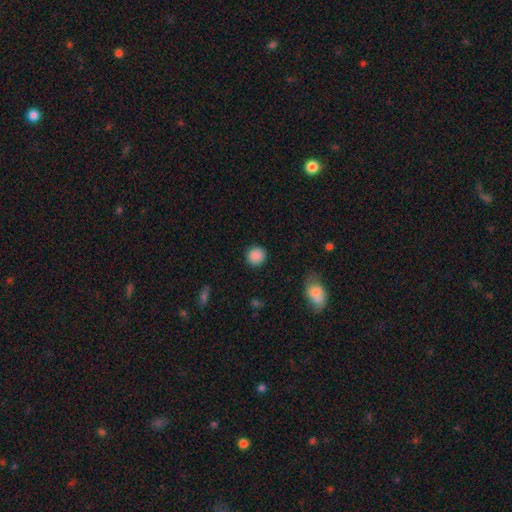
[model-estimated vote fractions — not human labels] smooth_or_featured: smooth (p=0.88) [alt: star or artifact p=0.09]
how_rounded: round (p=0.91) [alt: in between p=0.08]
merging: none (p=0.90) [alt: minor disturbance p=0.06]